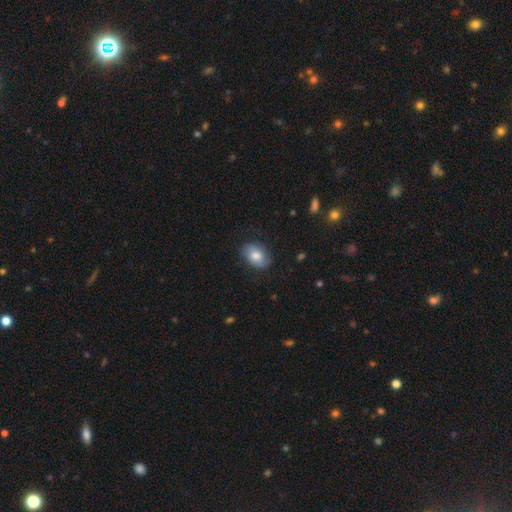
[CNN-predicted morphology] smooth-or-featured: smooth: 65% | featured or disk: 27% | star or artifact: 7%
  how-rounded: in between: 79% | round: 20% | cigar-shaped: 1%
  merging: none: 76% | minor disturbance: 17% | major disturbance: 5% | merger: 1%